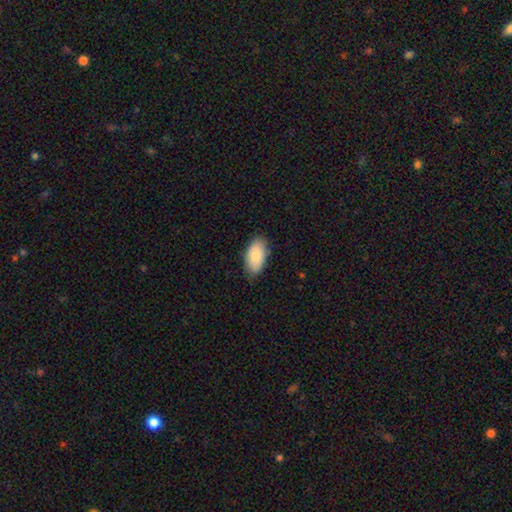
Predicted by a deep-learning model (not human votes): This is clearly a smooth galaxy (84%). How rounded: clearly in between (95%). Merging: likely none (80%).